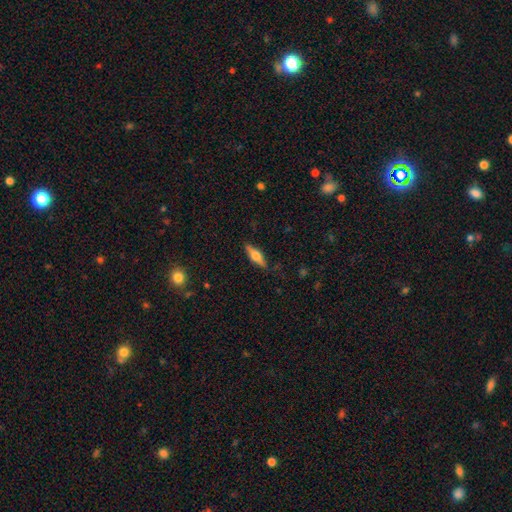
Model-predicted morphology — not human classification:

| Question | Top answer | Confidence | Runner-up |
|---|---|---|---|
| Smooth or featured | featured or disk | 52% | smooth (41%) |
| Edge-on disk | yes | 93% | no (7%) |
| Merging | none | 86% | minor disturbance (11%) |